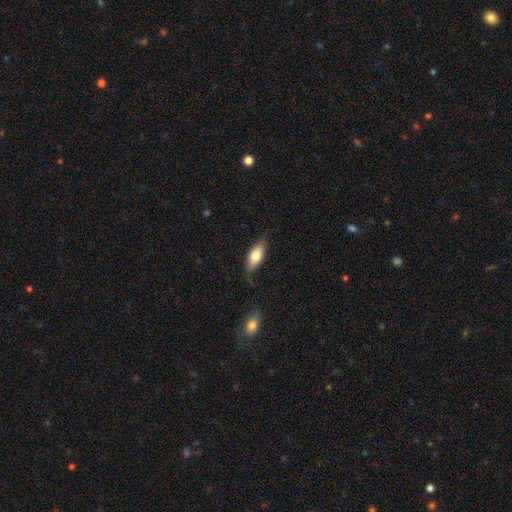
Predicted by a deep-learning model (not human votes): The model was most divided on "merging": none: 65%, minor disturbance: 26%, major disturbance: 6%, merger: 2%. More confident: how rounded — in between (81%); smooth or featured — smooth (72%).